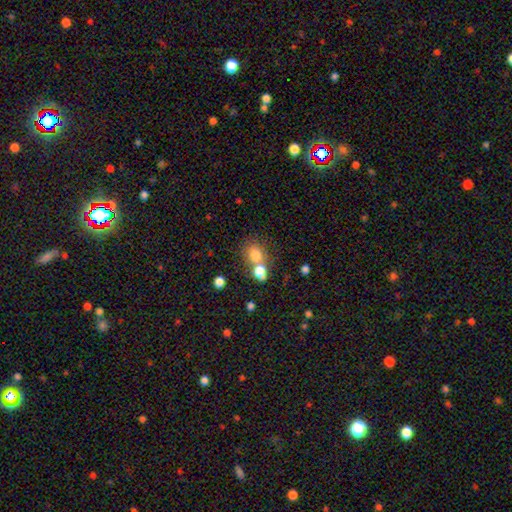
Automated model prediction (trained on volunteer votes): Smooth or featured? smooth (77%)
How rounded? round (60%)
Merging? merger (47%)